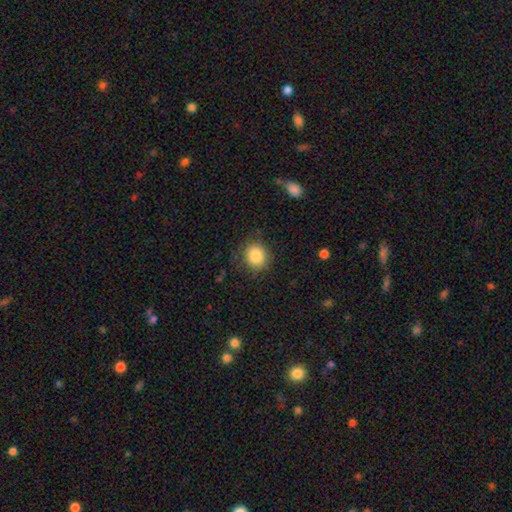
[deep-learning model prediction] smooth-or-featured: smooth: 85% | star or artifact: 9% | featured or disk: 6%
  how-rounded: round: 82% | in between: 17% | cigar-shaped: 1%
  merging: none: 84% | minor disturbance: 11% | major disturbance: 4% | merger: 1%